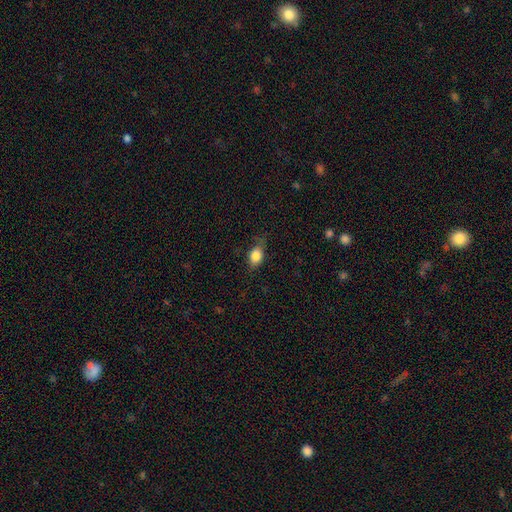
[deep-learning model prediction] This is clearly a smooth galaxy (83%). How rounded: likely in between (72%). Merging: likely none (62%).